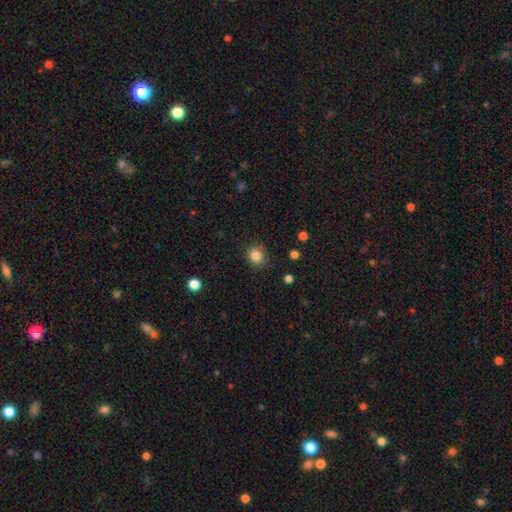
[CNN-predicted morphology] Smooth or featured?
  - smooth: 84% *
  - star or artifact: 11%
  - featured or disk: 5%
How rounded?
  - round: 84% *
  - in between: 15%
  - cigar-shaped: 1%
Merging?
  - none: 84% *
  - minor disturbance: 12%
  - major disturbance: 3%
  - merger: 1%